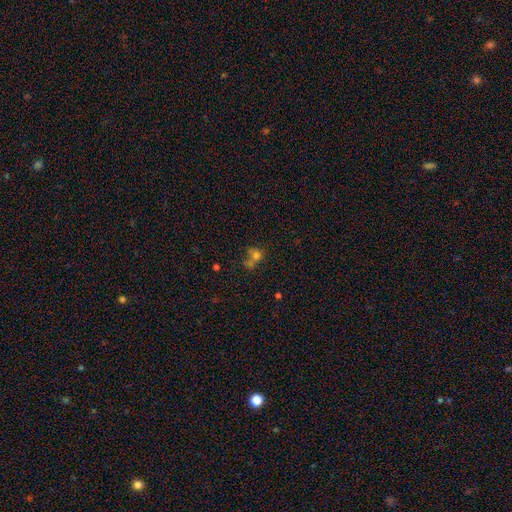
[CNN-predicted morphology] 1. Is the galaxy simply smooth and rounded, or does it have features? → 66% smooth, 19% star or artifact, 15% featured or disk.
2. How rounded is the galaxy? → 76% round, 23% in between, 1% cigar-shaped.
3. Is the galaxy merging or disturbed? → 47% merger, 35% none, 11% minor disturbance, 8% major disturbance.